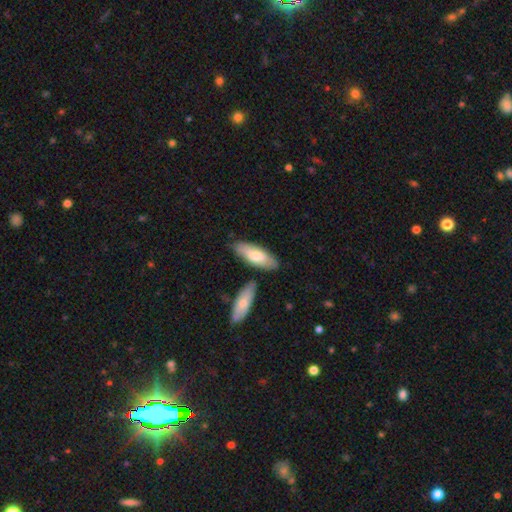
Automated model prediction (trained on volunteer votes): A smooth galaxy with no disk features (71%) that is in between round and cigar-shaped (65%).

Vote fractions:
- Smooth or featured? smooth: 71% / featured or disk: 24% / star or artifact: 5%
- How rounded? in between: 65% / cigar-shaped: 33% / round: 2%
- Merging? none: 73% / minor disturbance: 16% / merger: 8% / major disturbance: 3%